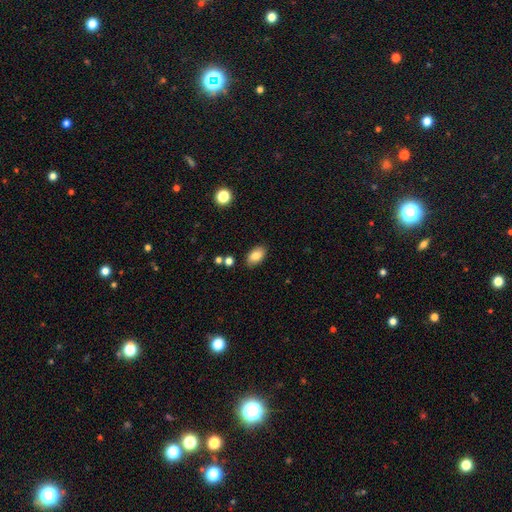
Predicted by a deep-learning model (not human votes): This appears to be a smooth galaxy with no disk features (83%) that is in between round and cigar-shaped (91%). Merging: none (85%).